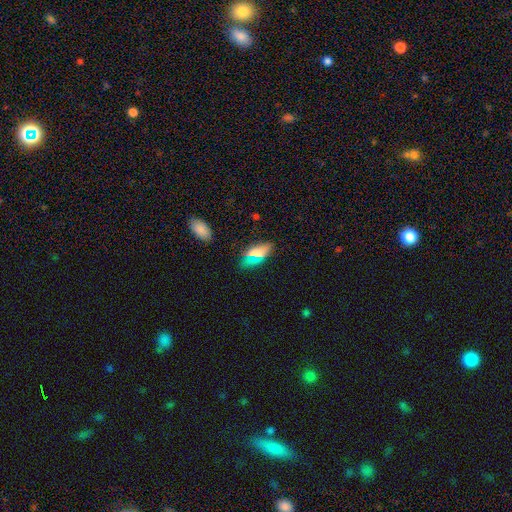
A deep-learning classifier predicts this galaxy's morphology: type=smooth (67%); roundness=in between (82%); merging=none (83%).